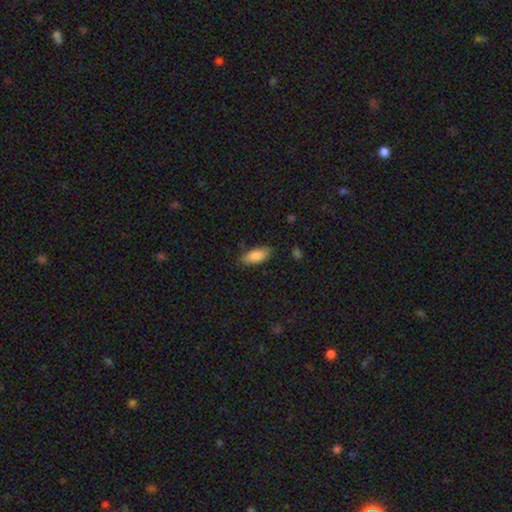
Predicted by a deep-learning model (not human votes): Smooth or featured: smooth — 85% (featured or disk — 8%)
How rounded: in between — 83% (cigar-shaped — 15%)
Merging: none — 78% (minor disturbance — 17%)